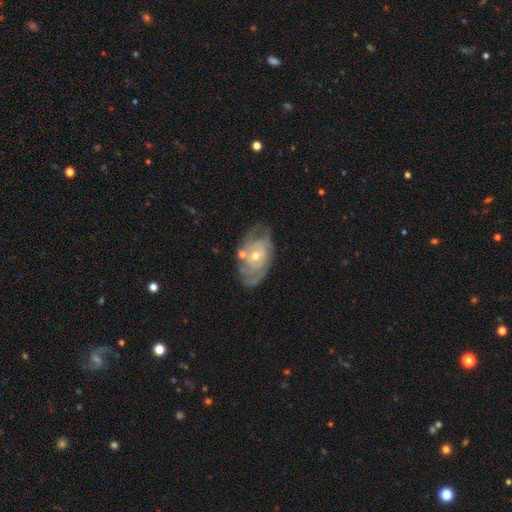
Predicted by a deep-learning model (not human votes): The model was most divided on "bulge size" (2-way tie): small: 48%, moderate: 48%, large: 2%, none: 1%, dominant: 1%. Remaining: edge-on disk — no (95%); spiral arms — yes (83%); smooth or featured — featured or disk (80%); bar — no (71%); spiral winding — tight (63%); merging — none (58%); spiral arm count — can't tell (44%).